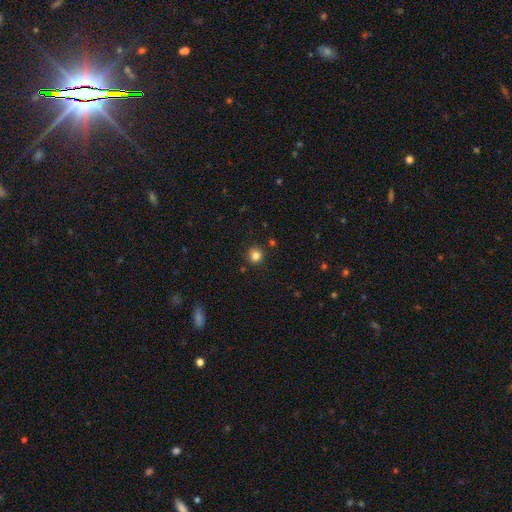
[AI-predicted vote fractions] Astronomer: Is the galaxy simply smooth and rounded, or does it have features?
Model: smooth — 83%.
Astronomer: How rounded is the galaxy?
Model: round — 92%.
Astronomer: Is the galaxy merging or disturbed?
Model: none — 88%.